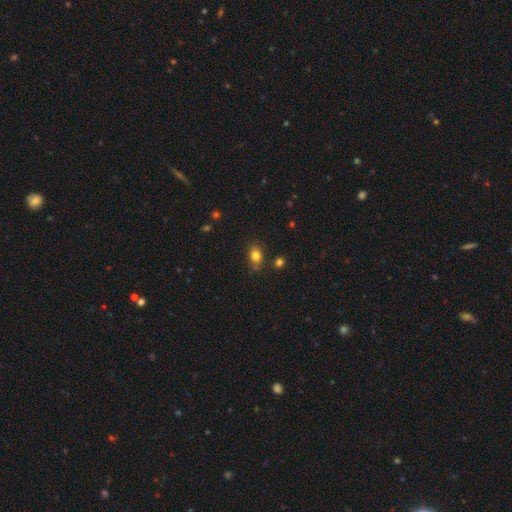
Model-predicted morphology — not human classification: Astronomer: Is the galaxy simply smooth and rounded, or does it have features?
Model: smooth — 81%.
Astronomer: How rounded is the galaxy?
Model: in between — 62% (runner-up: round, 37%).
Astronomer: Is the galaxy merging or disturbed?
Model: none — 76%.